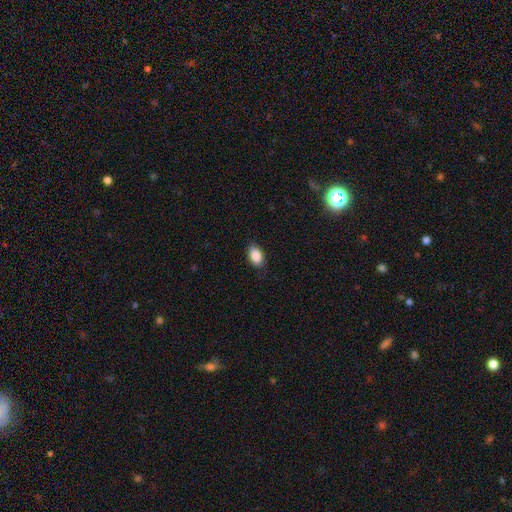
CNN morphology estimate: smooth-or-featured: smooth: 88% | star or artifact: 7% | featured or disk: 5%
  how-rounded: in between: 91% | round: 8% | cigar-shaped: 2%
  merging: none: 86% | minor disturbance: 11% | major disturbance: 2% | merger: 1%